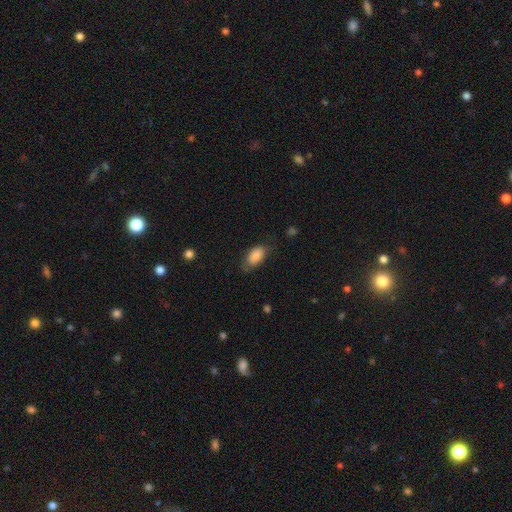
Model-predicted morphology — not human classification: This is clearly a smooth galaxy (85%). How rounded: clearly in between (92%). Merging: likely none (64%).